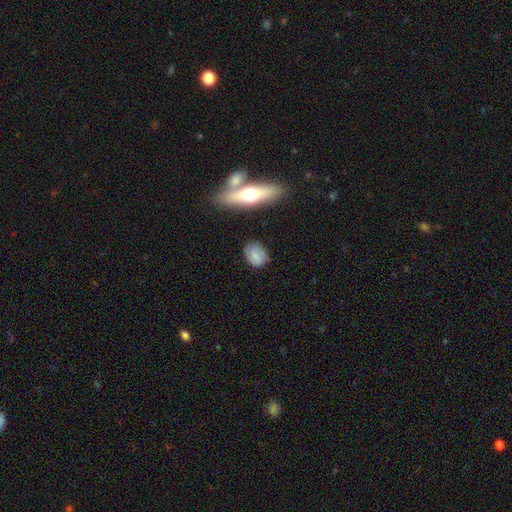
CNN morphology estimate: Overall: smooth (75%). How rounded: in between (70%). Merging: none (78%).